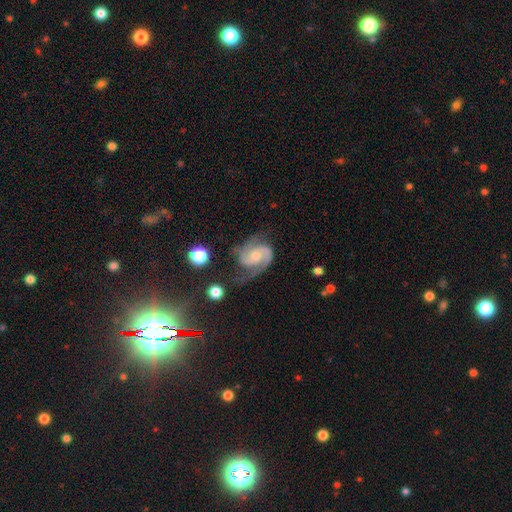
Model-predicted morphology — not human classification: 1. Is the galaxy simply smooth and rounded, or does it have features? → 90% featured or disk, 6% smooth, 5% star or artifact.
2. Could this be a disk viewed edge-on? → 98% no, 2% yes.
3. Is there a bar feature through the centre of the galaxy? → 56% no, 36% weak, 8% strong.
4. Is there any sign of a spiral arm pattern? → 98% yes, 2% no.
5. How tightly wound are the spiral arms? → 54% medium, 31% tight, 15% loose.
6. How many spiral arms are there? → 89% 2, 3% 3, 3% can't tell, 3% 1, 1% 4, 1% more than 4.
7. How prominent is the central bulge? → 44% moderate, 41% small, 9% none, 5% large, 1% dominant.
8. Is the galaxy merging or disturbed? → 62% none, 21% minor disturbance, 14% major disturbance, 3% merger.